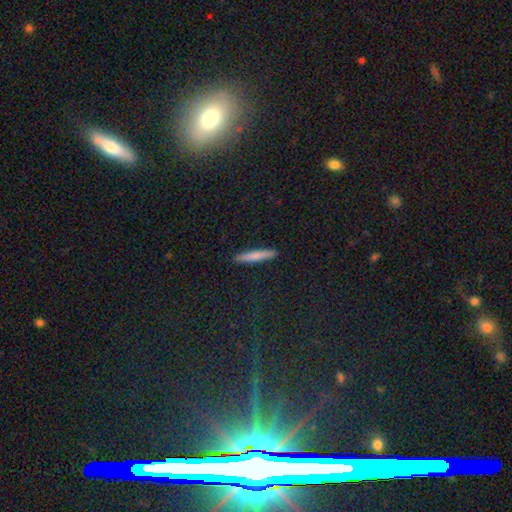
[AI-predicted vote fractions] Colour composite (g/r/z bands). It shows a smooth galaxy with no disk features (72%) that is cigar-shaped (93%). Merging: none (91%).